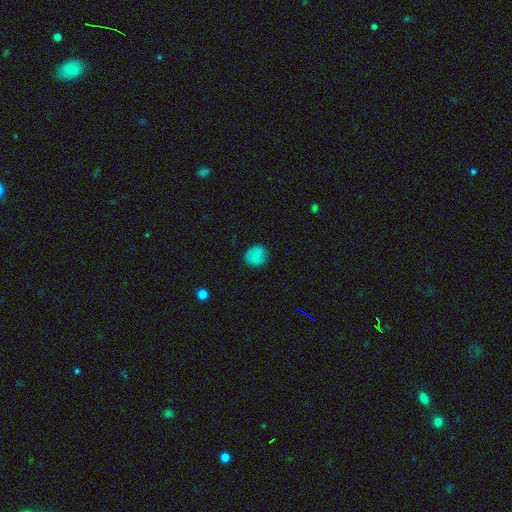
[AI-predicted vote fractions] smooth 82%, star or artifact 12%, featured or disk 5%. Down the decision tree: how rounded — round (82%); merging — none (84%).